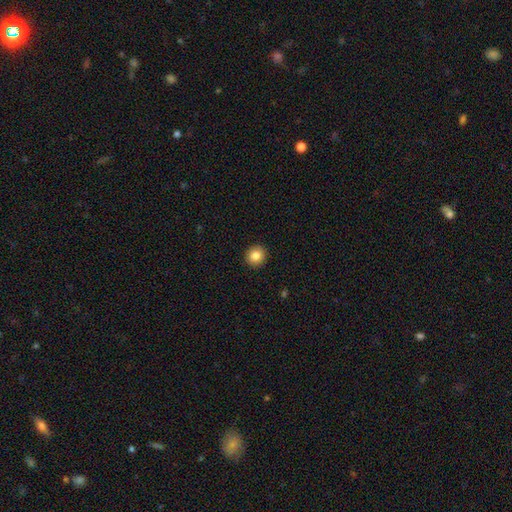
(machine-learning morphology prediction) This is clearly a smooth galaxy (84%). How rounded: clearly round (91%). Merging: clearly none (93%).